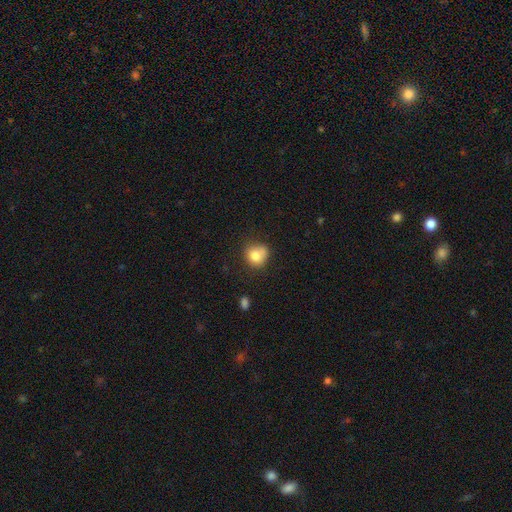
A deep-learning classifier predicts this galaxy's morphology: smooth_or_featured: smooth (p=0.80) [alt: featured or disk p=0.10]
how_rounded: round (p=0.77) [alt: in between p=0.23]
merging: none (p=0.52) [alt: minor disturbance p=0.27]